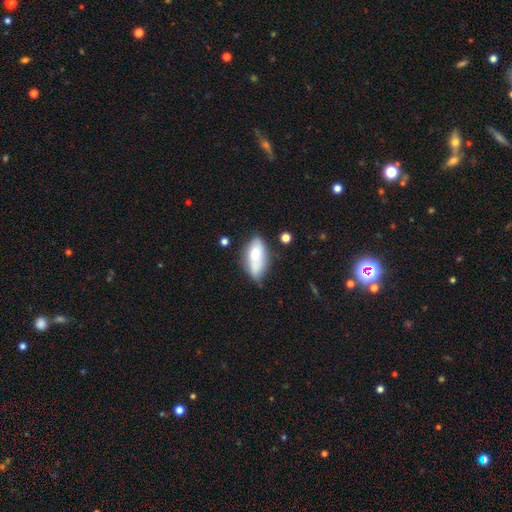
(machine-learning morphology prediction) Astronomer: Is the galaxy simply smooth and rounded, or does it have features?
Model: smooth — 71%.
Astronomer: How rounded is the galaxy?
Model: in between — 87%.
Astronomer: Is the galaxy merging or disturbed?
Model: none — 49% (runner-up: minor disturbance, 29%).